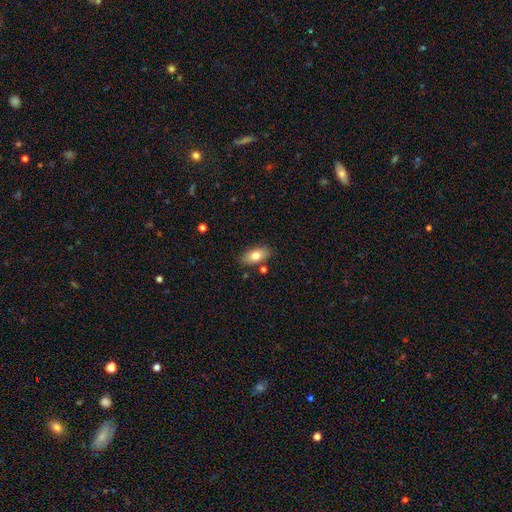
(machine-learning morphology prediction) This is likely a smooth galaxy (78%). How rounded: clearly in between (90%). Merging: clearly none (82%).